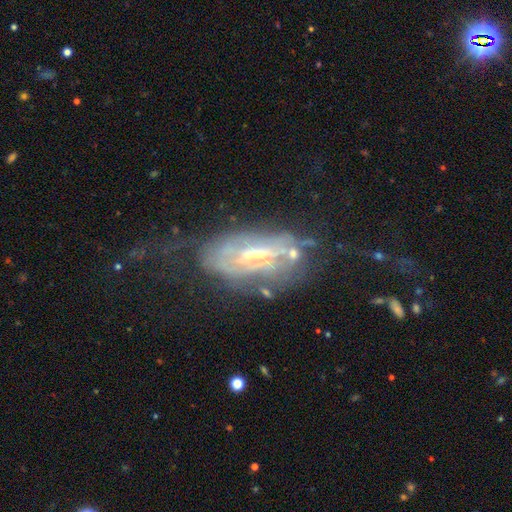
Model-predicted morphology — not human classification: This is likely a featured or disk galaxy (72%). It is clearly not viewed edge-on (81%). Bar: marginally weak (41%). Spiral arm pattern: possibly yes (59%). Central bulge: marginally moderate (43%). Merging: possibly none (46%).